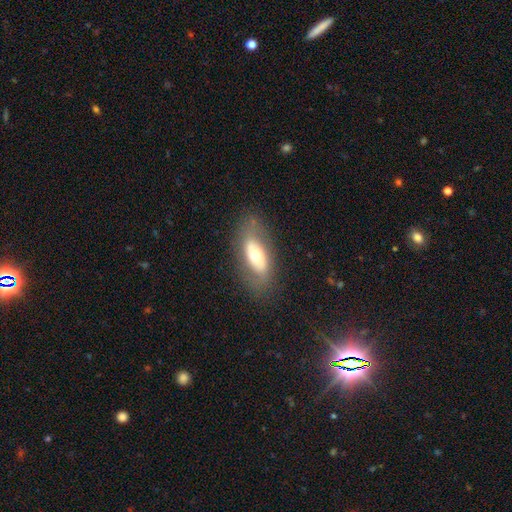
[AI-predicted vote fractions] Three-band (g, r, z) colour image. It shows a smooth galaxy with no disk features (49%). Merging: none (75%).